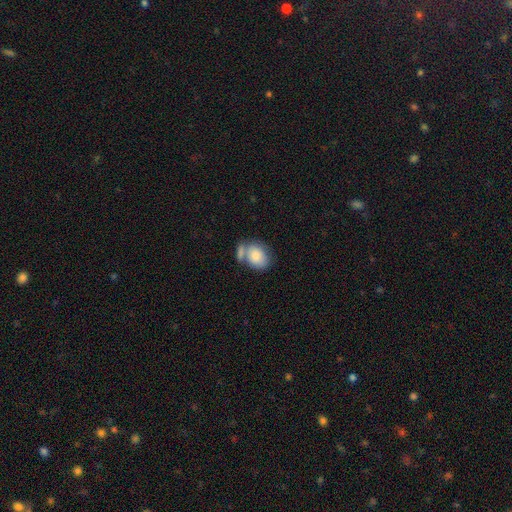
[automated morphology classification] type=smooth (82%); roundness=in between (67%); merging=none (40%).